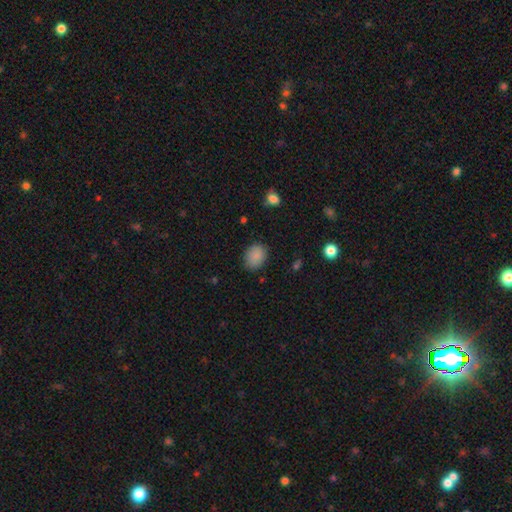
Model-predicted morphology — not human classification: Overall: smooth (87%). How rounded: in between (54%; round 45%). Merging: none (83%).